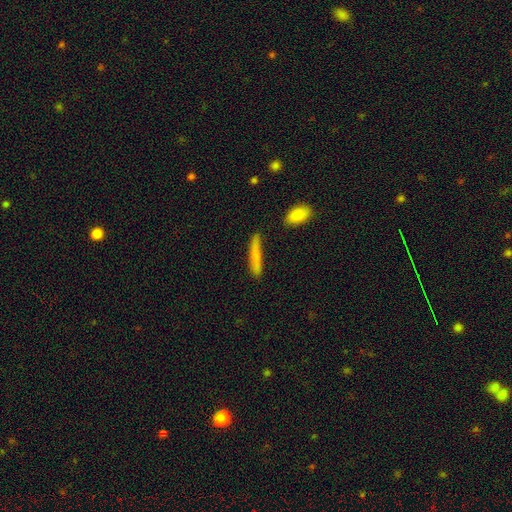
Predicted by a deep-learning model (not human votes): A smooth galaxy with no disk features (76%) that is cigar-shaped (91%). Merging: none (81%).